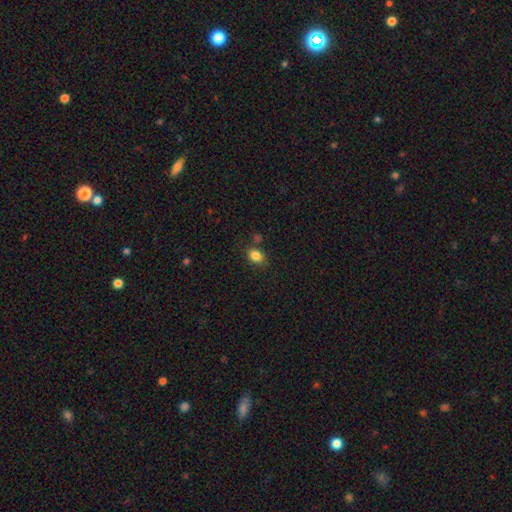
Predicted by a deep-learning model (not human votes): Morphology: type=smooth (84%); roundness=in between (62%); merging=none (76%).